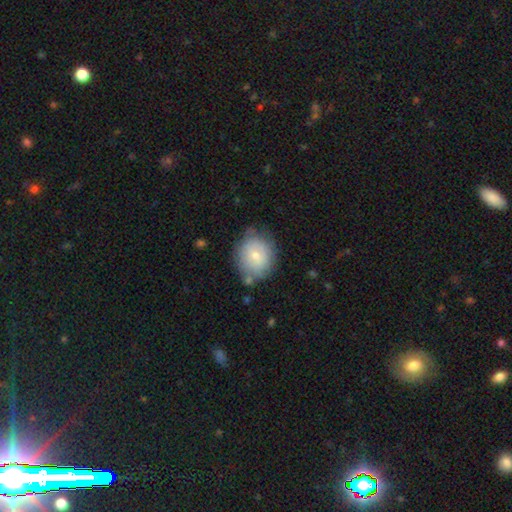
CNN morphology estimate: smooth 70%, featured or disk 23%, star or artifact 8%. Down the decision tree: how rounded — round (72%); merging — none (67%).